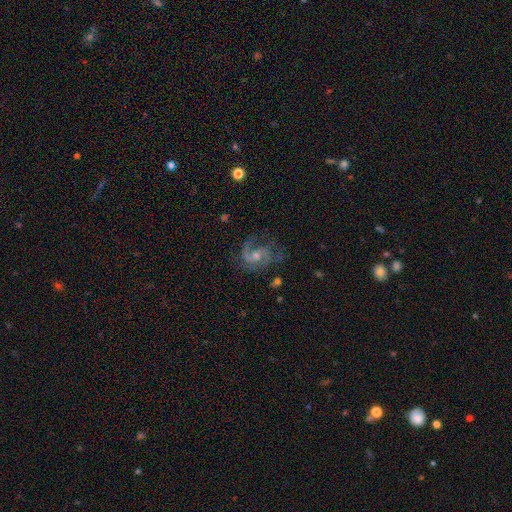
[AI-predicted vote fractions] Smooth or featured?
  - featured or disk: 80% *
  - star or artifact: 10%
  - smooth: 10%
Edge-on disk?
  - no: 98% *
  - yes: 2%
Bar?
  - no: 54% *
  - weak: 38%
  - strong: 8%
Spiral arms?
  - yes: 94% *
  - no: 6%
Spiral winding?
  - medium: 50% *
  - loose: 29%
  - tight: 21%
Spiral arm count?
  - 2: 60% *
  - 1: 15%
  - can't tell: 12%
  - 3: 8%
  - 4: 3%
  - more than 4: 3%
Bulge size?
  - small: 47% *
  - moderate: 46%
  - none: 4%
  - large: 3%
  - dominant: 1%
Merging?
  - none: 62% *
  - minor disturbance: 19%
  - major disturbance: 17%
  - merger: 2%